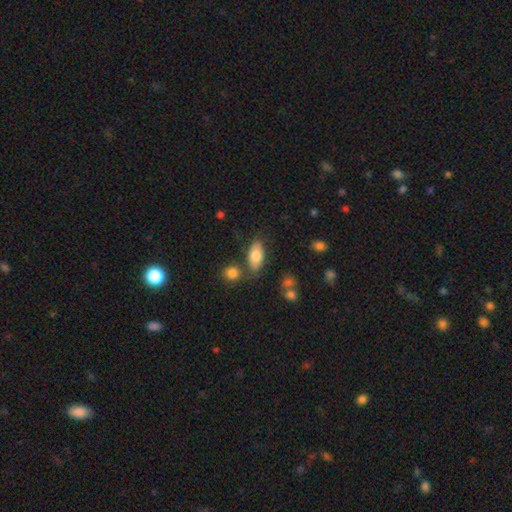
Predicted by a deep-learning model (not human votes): A smooth galaxy with no disk features (78%) that is in between round and cigar-shaped (90%).

Vote fractions:
- Smooth or featured? smooth: 78% / featured or disk: 16% / star or artifact: 7%
- How rounded? in between: 90% / cigar-shaped: 6% / round: 4%
- Merging? none: 74% / minor disturbance: 14% / merger: 9% / major disturbance: 4%